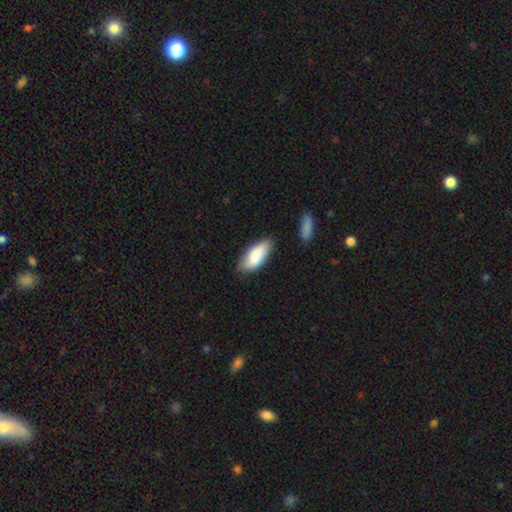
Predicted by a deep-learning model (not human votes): Overall: smooth (83%). How rounded: in between (86%). Merging: none (68%).